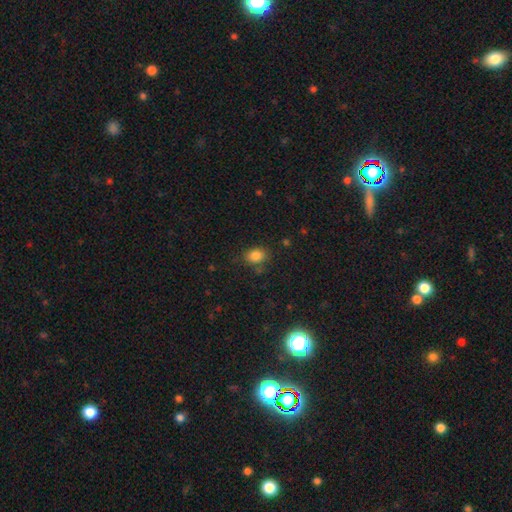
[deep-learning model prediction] Smooth or featured?
  - smooth: 83% *
  - star or artifact: 11%
  - featured or disk: 6%
How rounded?
  - in between: 61% *
  - round: 38%
  - cigar-shaped: 1%
Merging?
  - none: 76% *
  - minor disturbance: 16%
  - major disturbance: 5%
  - merger: 4%